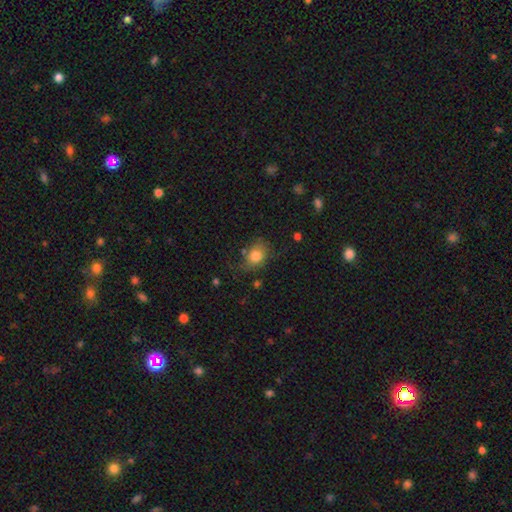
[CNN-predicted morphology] Smooth or featured: smooth — 77% (featured or disk — 13%)
How rounded: in between — 51% (round — 48%)
Merging: none — 61% (minor disturbance — 25%)